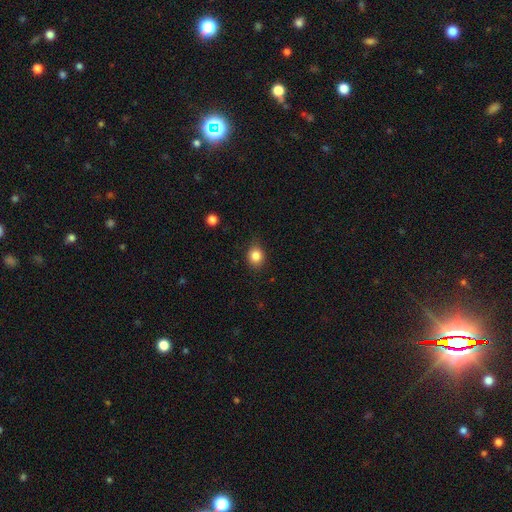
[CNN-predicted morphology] This appears to be a smooth galaxy with no disk features (84%) that is round (65%). Merging: none (82%).